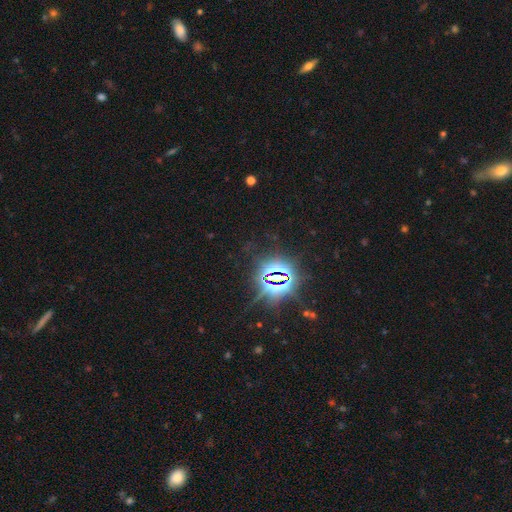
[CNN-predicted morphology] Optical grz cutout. It shows a star or artifact, not a galaxy (84%).